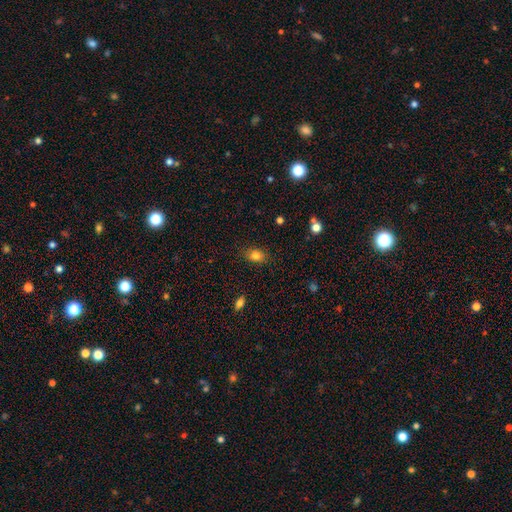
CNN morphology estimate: type=smooth (82%); roundness=in between (69%); merging=none (85%).